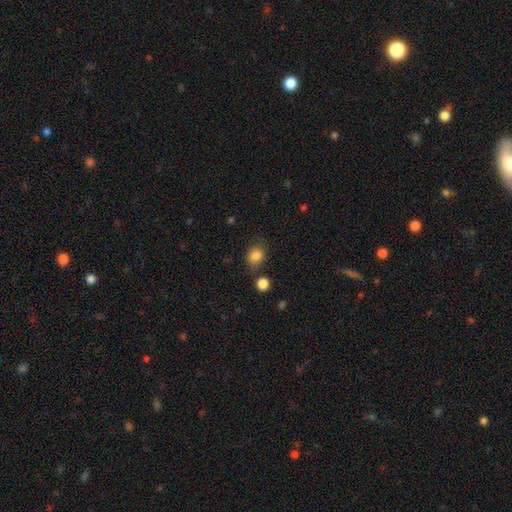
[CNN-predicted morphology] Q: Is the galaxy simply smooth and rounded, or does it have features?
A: smooth — 84%.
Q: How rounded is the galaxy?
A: round — 59%.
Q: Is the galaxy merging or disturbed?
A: none — 70%.